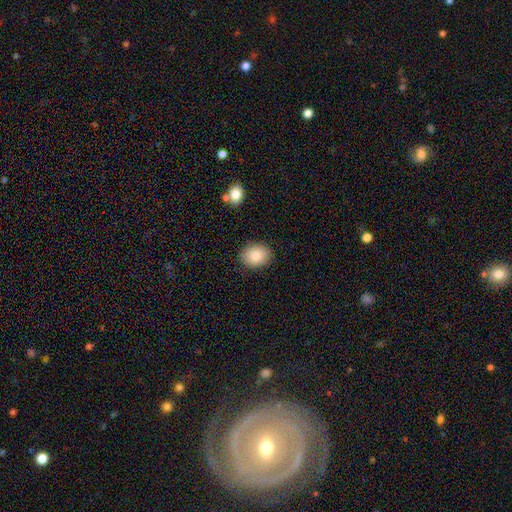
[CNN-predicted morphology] A smooth galaxy with no disk features (85%) that is in between round and cigar-shaped (55%).

Vote fractions:
- Smooth or featured? smooth: 85% / star or artifact: 8% / featured or disk: 8%
- How rounded? in between: 55% / round: 44% / cigar-shaped: 1%
- Merging? none: 87% / minor disturbance: 9% / major disturbance: 2% / merger: 2%